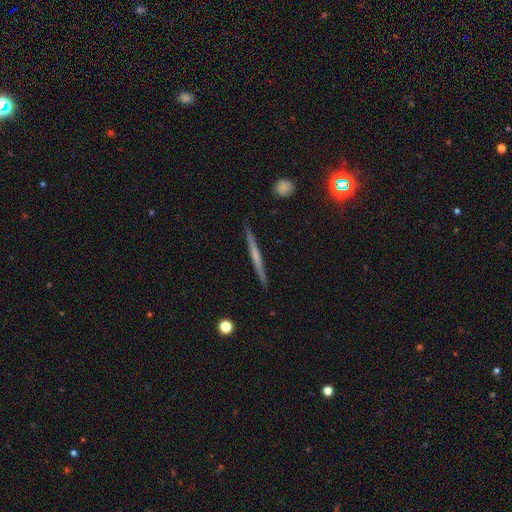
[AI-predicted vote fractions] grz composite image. It shows a featured or disk galaxy (60%) viewed edge-on (98%) with no central bulge (64%). Merging: none (91%).